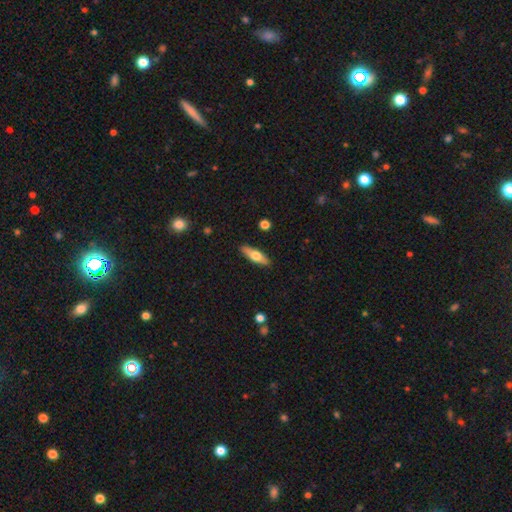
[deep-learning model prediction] smooth_or_featured: smooth (p=0.54) [alt: featured or disk p=0.40]
how_rounded: cigar-shaped (p=0.51) [alt: in between p=0.46]
merging: none (p=0.89) [alt: minor disturbance p=0.08]